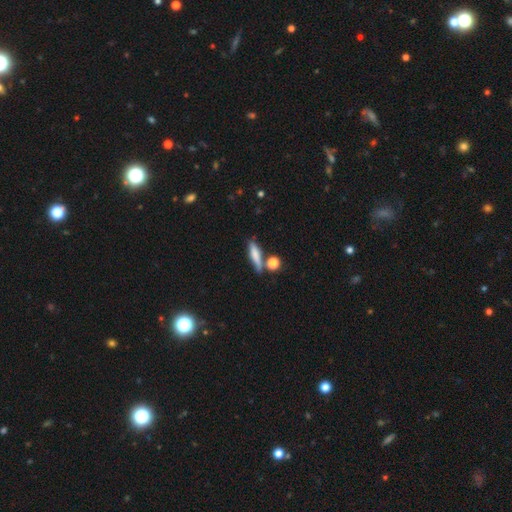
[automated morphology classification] Q: Smooth or featured?
A: smooth (70%); runner-up: featured or disk (21%)
Q: How rounded?
A: cigar-shaped (68%); runner-up: in between (24%)
Q: Merging?
A: none (64%); runner-up: merger (16%)